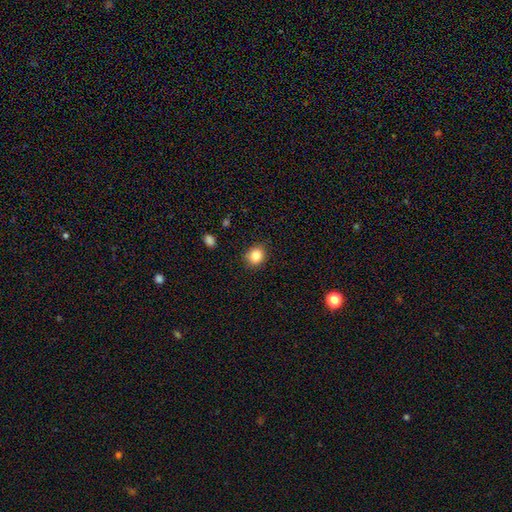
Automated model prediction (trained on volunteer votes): A smooth galaxy with no disk features (84%) that is round (77%). Merging: none (86%).